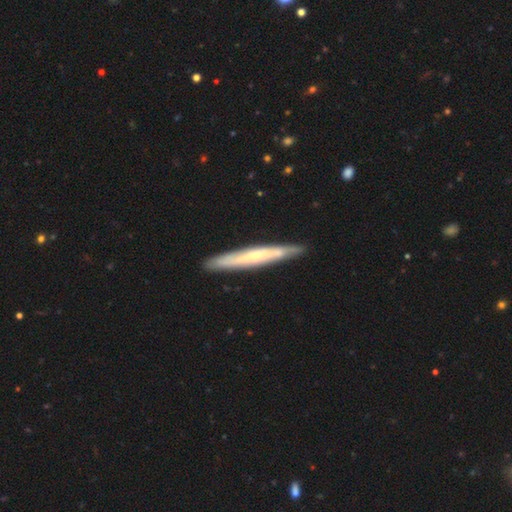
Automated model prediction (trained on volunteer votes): smooth_or_featured: featured or disk (p=0.59) [alt: smooth p=0.34]
disk_edge_on: yes (p=0.91) [alt: no p=0.09]
edge_on_bulge: none (p=0.52) [alt: rounded p=0.41]
merging: none (p=0.87) [alt: minor disturbance p=0.10]